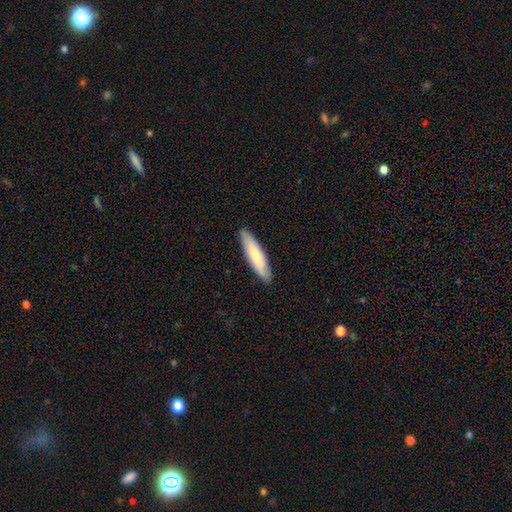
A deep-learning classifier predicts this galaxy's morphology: Smooth or featured?
  - smooth: 71% *
  - featured or disk: 24%
  - star or artifact: 5%
How rounded?
  - cigar-shaped: 77% *
  - in between: 21%
  - round: 1%
Merging?
  - none: 89% *
  - minor disturbance: 8%
  - major disturbance: 1%
  - merger: 1%